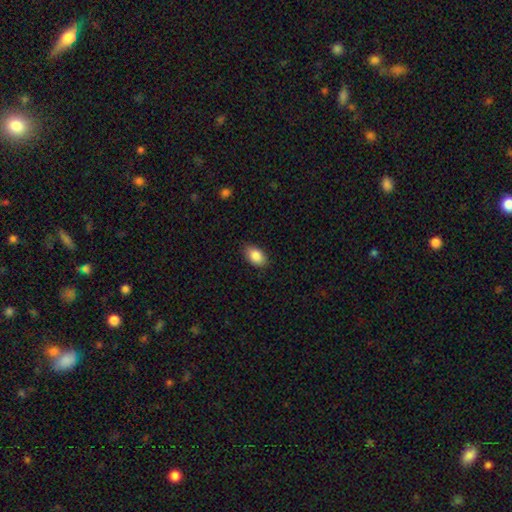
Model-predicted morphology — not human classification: Smooth or featured? smooth (88%)
How rounded? in between (91%)
Merging? none (86%)